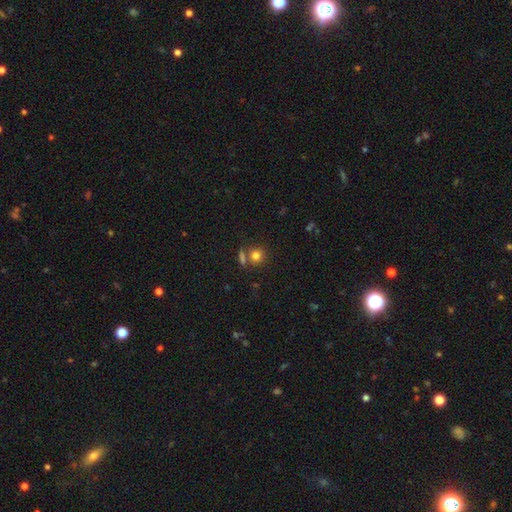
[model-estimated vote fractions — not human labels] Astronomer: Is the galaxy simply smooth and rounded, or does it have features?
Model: smooth — 79%.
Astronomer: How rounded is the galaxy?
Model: round — 87%.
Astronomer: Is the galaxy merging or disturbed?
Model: none — 68%.